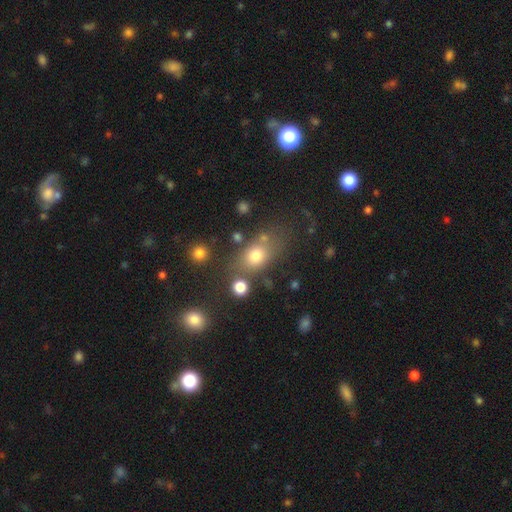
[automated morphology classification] Smooth or featured? Predicted: smooth (p=0.72). How rounded? Predicted: in between (p=0.61). Merging? Predicted: none (p=0.65).